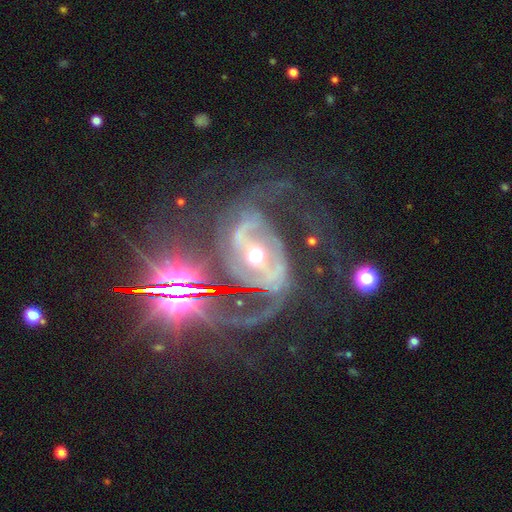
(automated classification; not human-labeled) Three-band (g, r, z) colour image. It shows a featured or disk galaxy (82%) with a strong bar (58%), 2 (78%) medium (50%) spiral arms (95%) and a moderate central bulge (65%). Merging: none (51%).